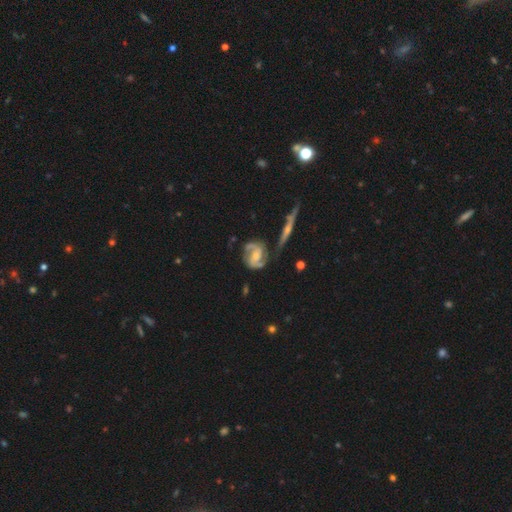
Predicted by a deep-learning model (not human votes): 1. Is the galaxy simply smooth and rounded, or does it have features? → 88% featured or disk, 7% smooth, 4% star or artifact.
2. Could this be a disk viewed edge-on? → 96% no, 4% yes.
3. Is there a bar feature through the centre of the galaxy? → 47% no, 39% weak, 14% strong.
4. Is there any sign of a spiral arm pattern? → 97% yes, 3% no.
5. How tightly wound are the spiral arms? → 52% medium, 32% tight, 16% loose.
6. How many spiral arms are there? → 90% 2, 4% can't tell, 2% 3, 2% 1, 1% 4, 1% more than 4.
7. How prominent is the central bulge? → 44% small, 42% moderate, 8% none, 4% large, 1% dominant.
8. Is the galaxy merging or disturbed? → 67% none, 18% minor disturbance, 8% major disturbance, 7% merger.